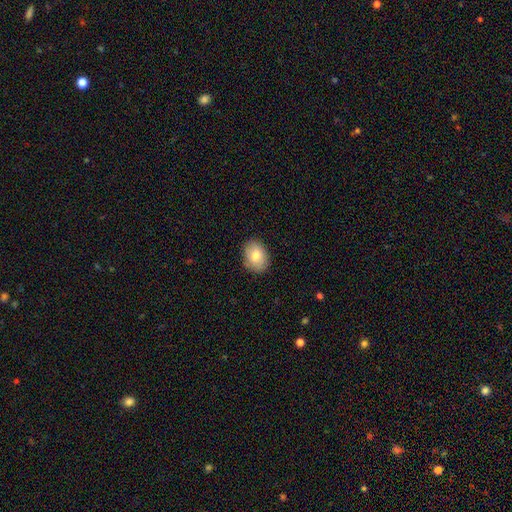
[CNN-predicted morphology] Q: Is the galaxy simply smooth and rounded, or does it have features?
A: smooth — 78%.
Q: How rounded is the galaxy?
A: in between — 67%.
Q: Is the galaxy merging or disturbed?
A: none — 85%.